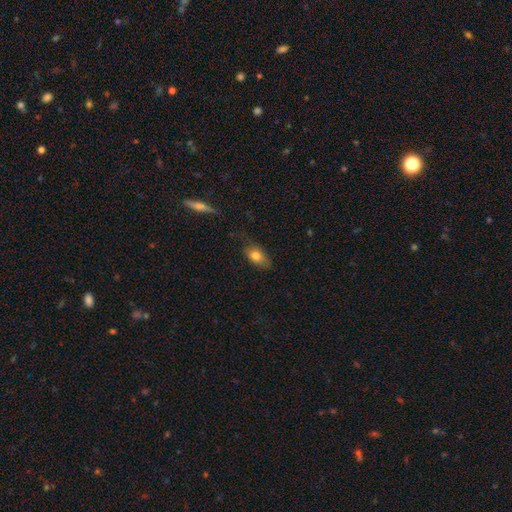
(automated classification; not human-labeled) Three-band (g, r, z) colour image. It shows a smooth galaxy with no disk features (77%) that is in between round and cigar-shaped (84%). Merging: none (68%).